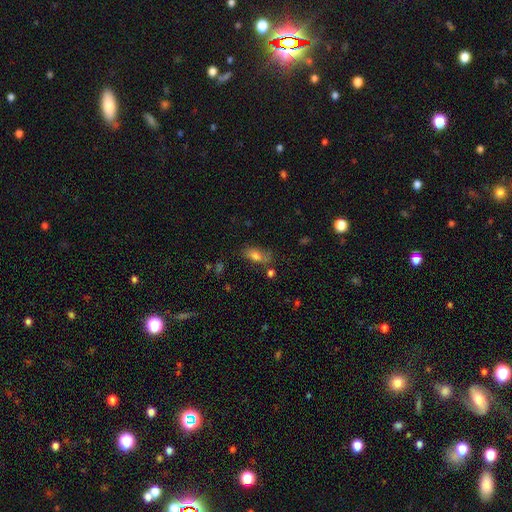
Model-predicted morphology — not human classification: Smooth or featured? smooth (74%)
How rounded? in between (84%)
Merging? none (61%)